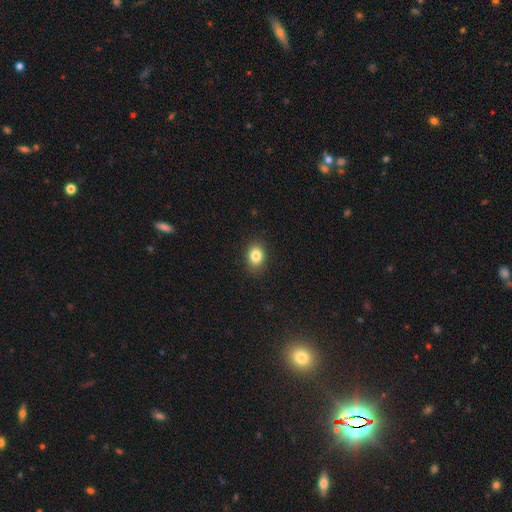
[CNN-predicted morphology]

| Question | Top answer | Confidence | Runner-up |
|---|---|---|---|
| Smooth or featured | smooth | 84% | star or artifact (10%) |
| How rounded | in between | 61% | round (38%) |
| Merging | none | 89% | minor disturbance (8%) |